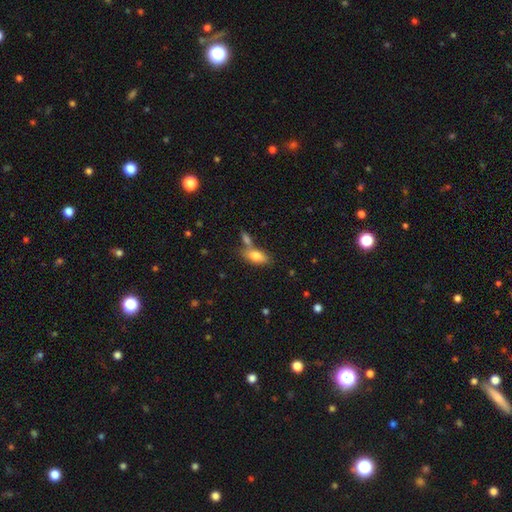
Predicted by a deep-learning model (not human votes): Smooth or featured? smooth (77%)
How rounded? in between (84%)
Merging? none (55%)